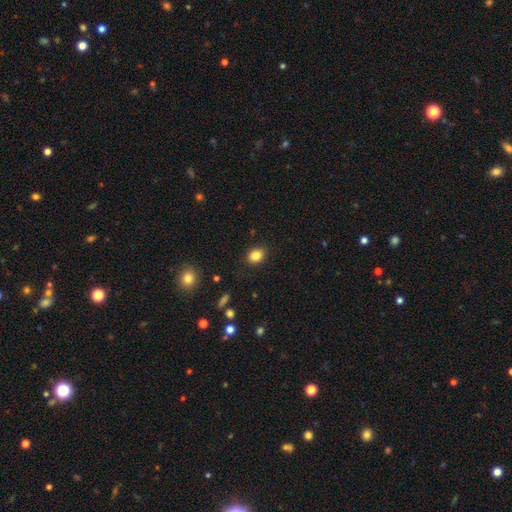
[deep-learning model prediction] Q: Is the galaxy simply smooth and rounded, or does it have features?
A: smooth — 85%.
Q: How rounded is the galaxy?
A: round — 56%.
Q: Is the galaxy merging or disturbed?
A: none — 88%.